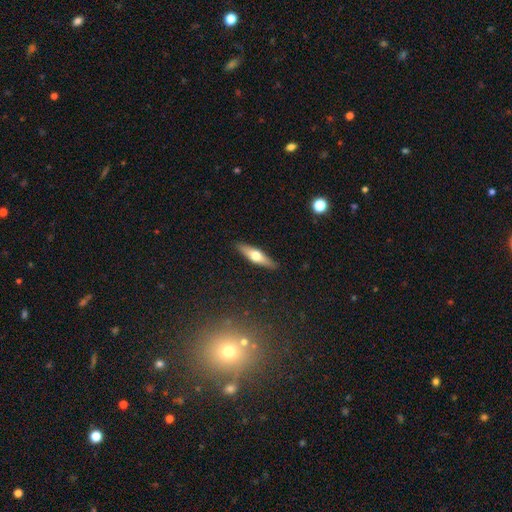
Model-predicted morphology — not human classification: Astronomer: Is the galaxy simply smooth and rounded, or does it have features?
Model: featured or disk — 49% (runner-up: smooth, 45%).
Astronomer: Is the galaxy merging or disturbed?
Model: none — 89%.